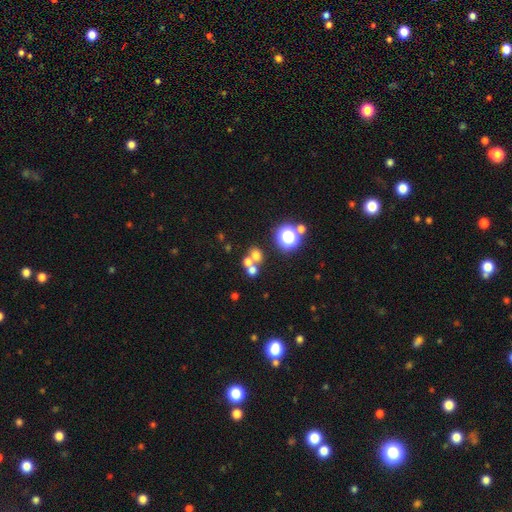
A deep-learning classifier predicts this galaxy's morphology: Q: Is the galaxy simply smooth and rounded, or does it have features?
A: smooth — 59%.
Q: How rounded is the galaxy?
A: round — 74%.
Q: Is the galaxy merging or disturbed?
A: none — 45%.